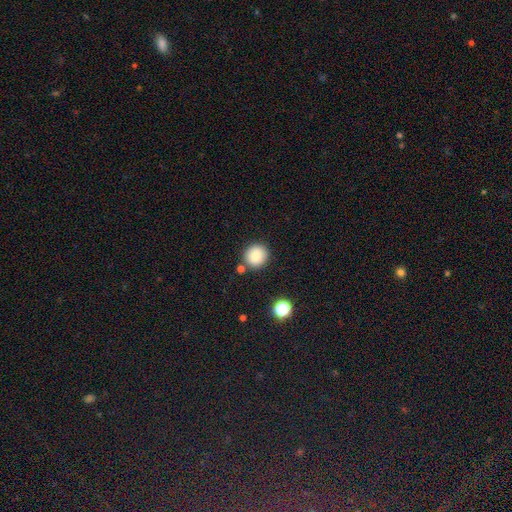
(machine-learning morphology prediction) Q: Smooth or featured?
A: smooth (84%); runner-up: star or artifact (9%)
Q: How rounded?
A: round (85%); runner-up: in between (14%)
Q: Merging?
A: none (83%); runner-up: minor disturbance (9%)